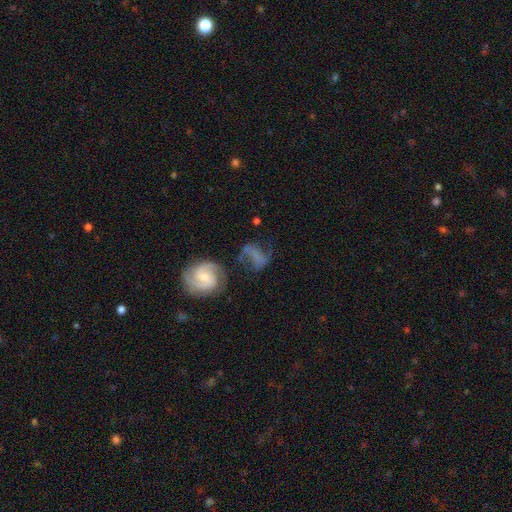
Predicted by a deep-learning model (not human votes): The model was most divided on "bar": no: 41%, weak: 37%, strong: 22%. Remaining: edge-on disk — no (96%); spiral arms — yes (84%); smooth or featured — featured or disk (60%); bulge size — none (50%); merging — none (44%).